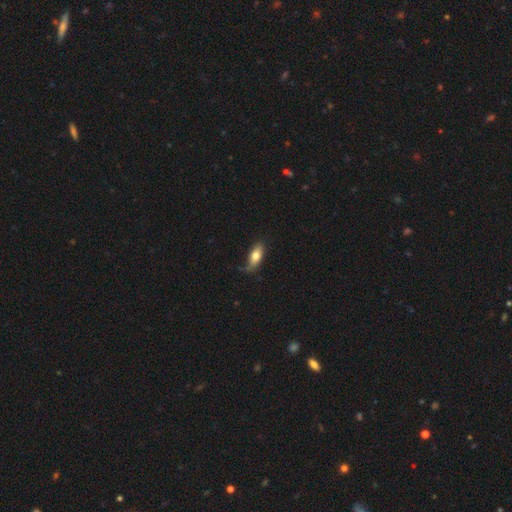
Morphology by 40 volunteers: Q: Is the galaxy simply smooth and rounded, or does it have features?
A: smooth — 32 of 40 (80%).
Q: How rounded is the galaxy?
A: in between — 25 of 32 (78%).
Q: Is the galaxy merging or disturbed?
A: none — 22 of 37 (59%).